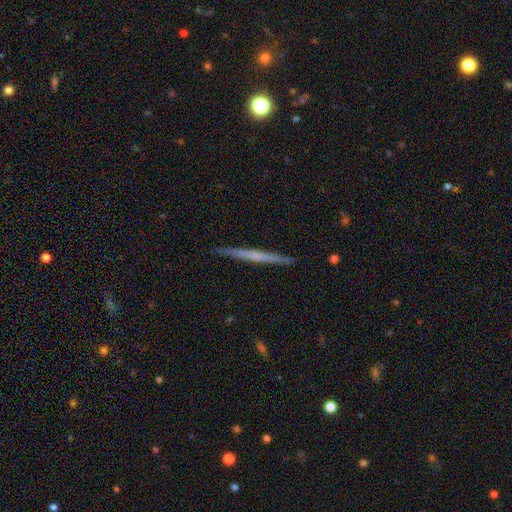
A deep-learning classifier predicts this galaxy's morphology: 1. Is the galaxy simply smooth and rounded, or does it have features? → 61% featured or disk, 33% smooth, 6% star or artifact.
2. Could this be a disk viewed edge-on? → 98% yes, 2% no.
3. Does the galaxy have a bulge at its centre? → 71% none, 24% rounded, 6% boxy.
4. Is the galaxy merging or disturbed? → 92% none, 6% minor disturbance, 1% major disturbance, 1% merger.